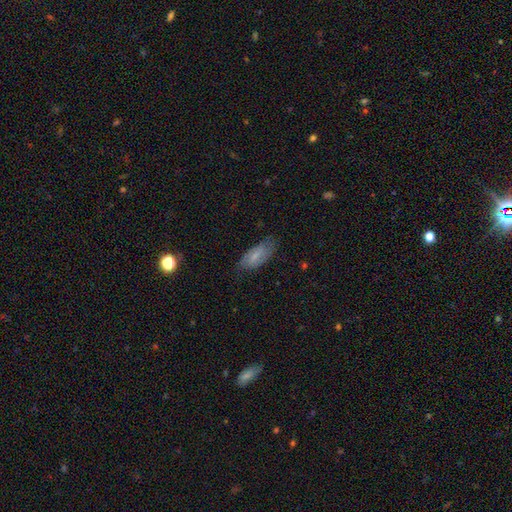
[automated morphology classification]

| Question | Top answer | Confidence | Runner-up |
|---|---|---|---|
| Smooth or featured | smooth | 55% | featured or disk (37%) |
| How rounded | in between | 83% | cigar-shaped (14%) |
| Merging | none | 71% | minor disturbance (22%) |